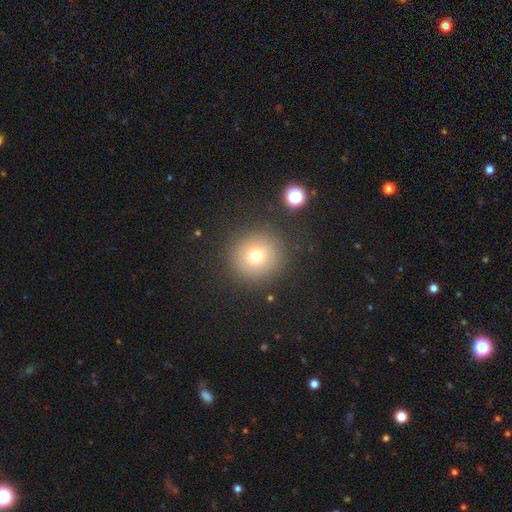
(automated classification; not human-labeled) Smooth or featured: smooth — 70% (star or artifact — 15%)
How rounded: round — 92% (in between — 7%)
Merging: none — 86% (minor disturbance — 8%)